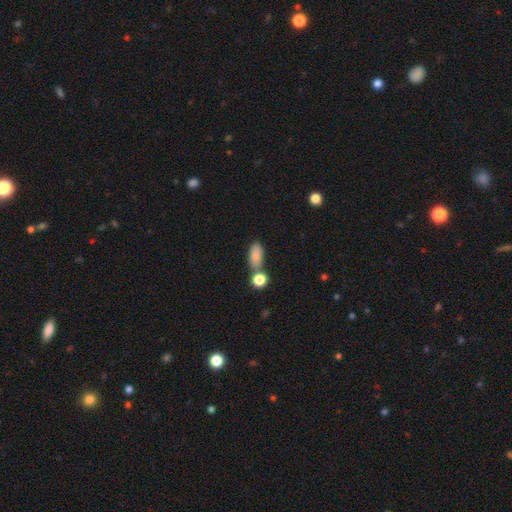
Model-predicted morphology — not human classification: Smooth or featured: smooth — 84% (star or artifact — 9%)
How rounded: in between — 83% (cigar-shaped — 9%)
Merging: none — 55% (merger — 26%)